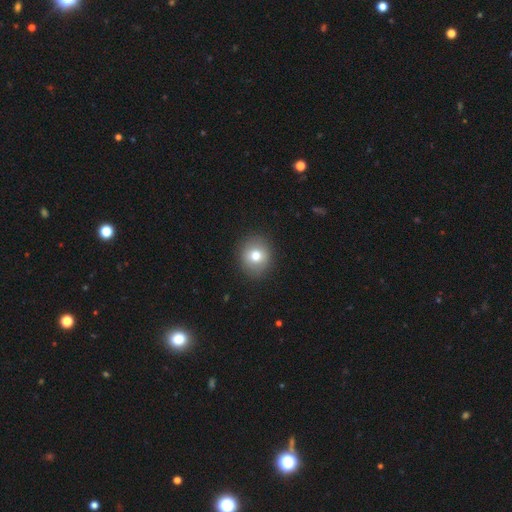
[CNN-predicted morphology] smooth-or-featured: smooth: 77% | featured or disk: 14% | star or artifact: 9%
  how-rounded: round: 81% | in between: 18% | cigar-shaped: 1%
  merging: none: 88% | minor disturbance: 8% | major disturbance: 2% | merger: 1%